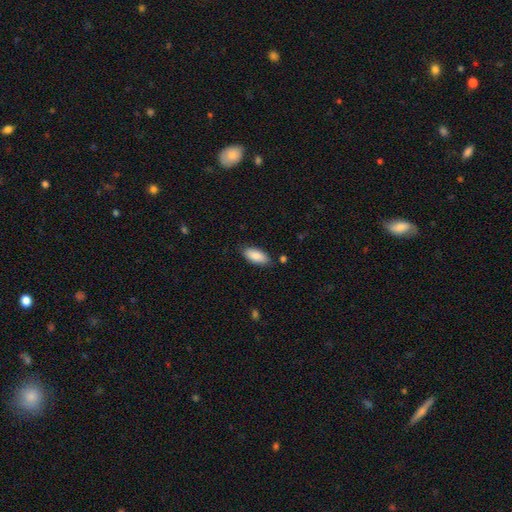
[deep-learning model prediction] smooth-or-featured: smooth: 88% | star or artifact: 6% | featured or disk: 6%
  how-rounded: in between: 87% | cigar-shaped: 11% | round: 2%
  merging: none: 84% | minor disturbance: 12% | major disturbance: 2% | merger: 2%